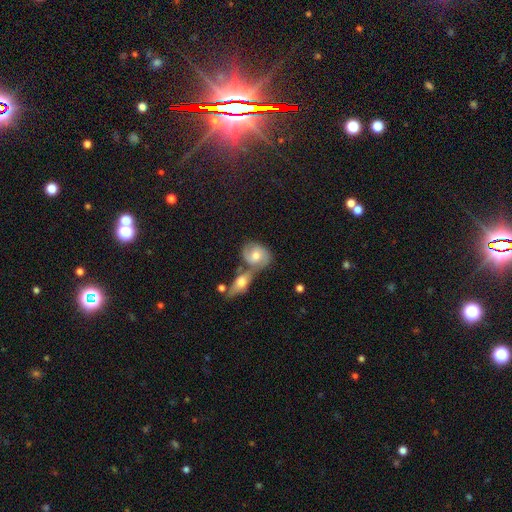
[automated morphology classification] featured or disk 61%, smooth 32%, star or artifact 7%. Down the decision tree: edge-on disk — no (94%); bar — no (64%); spiral arms — yes (88%); bulge size — moderate (70%); merging — merger (50%).